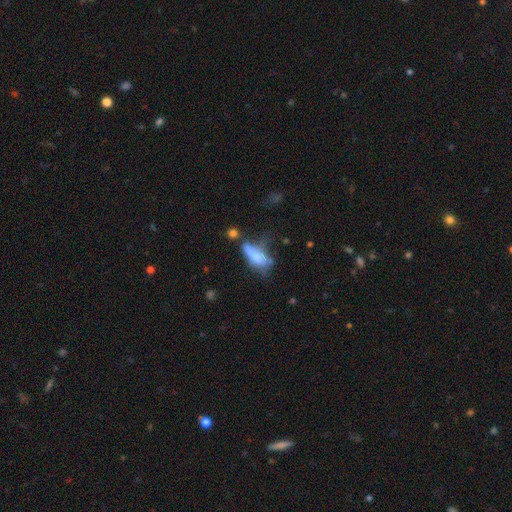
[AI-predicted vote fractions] Smooth or featured?
  - smooth: 61% *
  - featured or disk: 29%
  - star or artifact: 9%
How rounded?
  - in between: 70% *
  - cigar-shaped: 26%
  - round: 4%
Merging?
  - major disturbance: 31% *
  - none: 27%
  - minor disturbance: 26%
  - merger: 16%